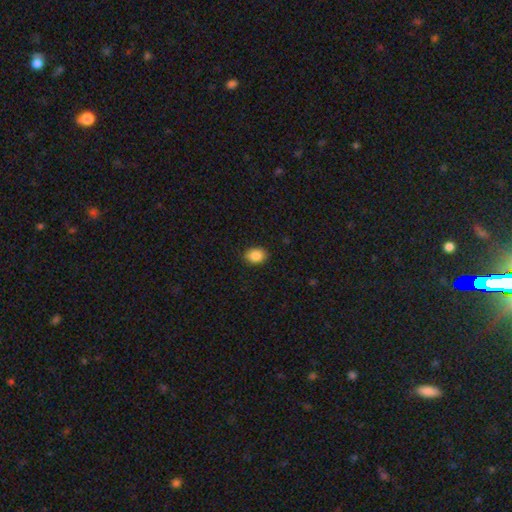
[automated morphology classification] Q: Smooth or featured?
A: smooth (88%); runner-up: star or artifact (8%)
Q: How rounded?
A: in between (71%); runner-up: round (28%)
Q: Merging?
A: none (89%); runner-up: minor disturbance (8%)